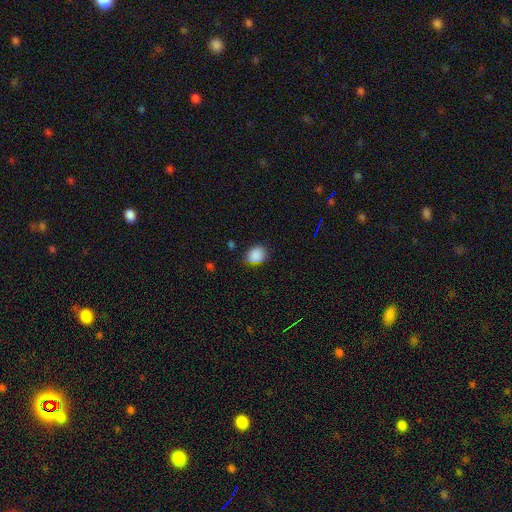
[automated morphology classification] Q: Smooth or featured?
A: smooth (87%); runner-up: star or artifact (9%)
Q: How rounded?
A: round (61%); runner-up: in between (38%)
Q: Merging?
A: none (73%); runner-up: minor disturbance (21%)